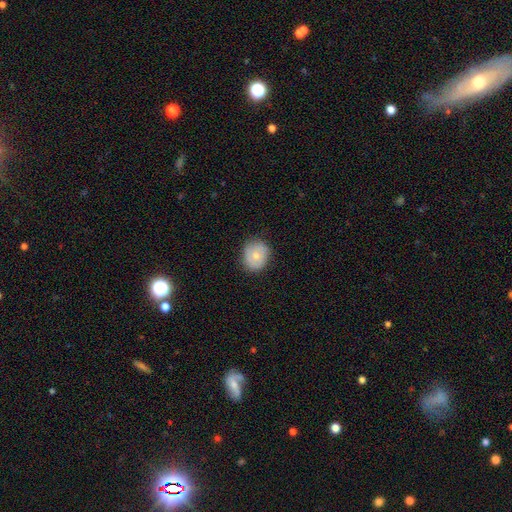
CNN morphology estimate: A smooth galaxy with no disk features (70%) that is round (70%). Merging: none (77%).